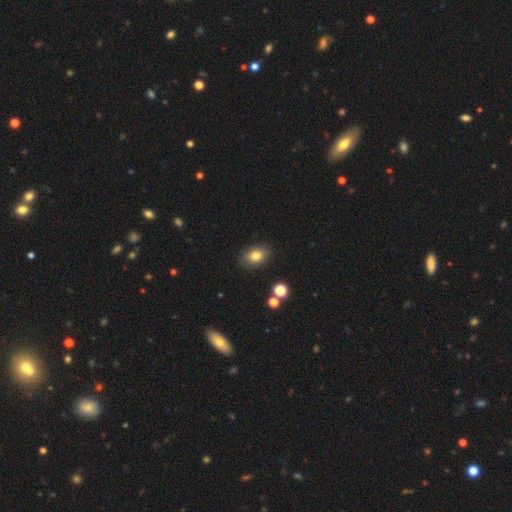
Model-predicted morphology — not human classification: Overall: smooth (81%). How rounded: in between (79%). Merging: none (86%).